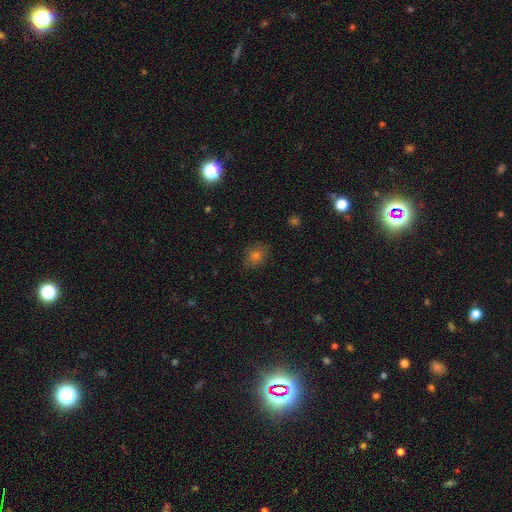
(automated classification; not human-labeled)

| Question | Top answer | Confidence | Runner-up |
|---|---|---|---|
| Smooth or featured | smooth | 71% | star or artifact (20%) |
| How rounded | round | 55% | in between (43%) |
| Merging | none | 85% | minor disturbance (11%) |